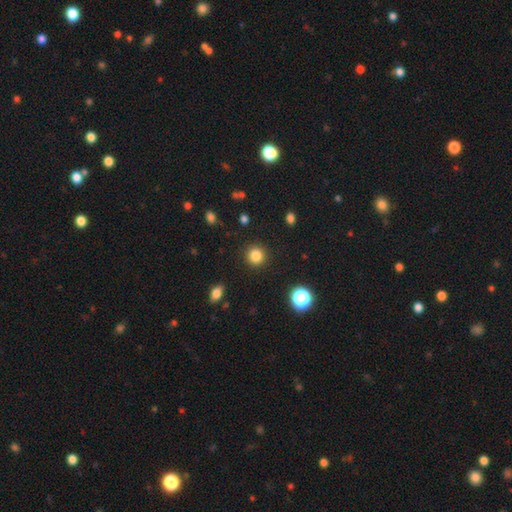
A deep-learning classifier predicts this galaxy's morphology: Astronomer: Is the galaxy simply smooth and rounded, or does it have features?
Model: smooth — 84%.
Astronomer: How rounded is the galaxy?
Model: round — 92%.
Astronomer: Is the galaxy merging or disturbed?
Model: none — 91%.